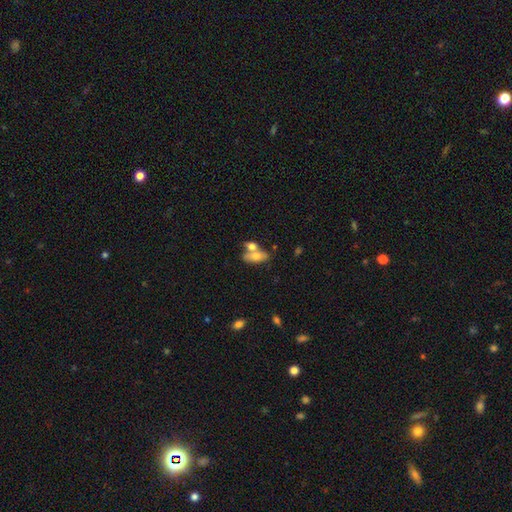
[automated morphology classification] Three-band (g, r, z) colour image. It shows a smooth galaxy with no disk features (63%) that is in between round and cigar-shaped (80%). Merging: merger (48%).